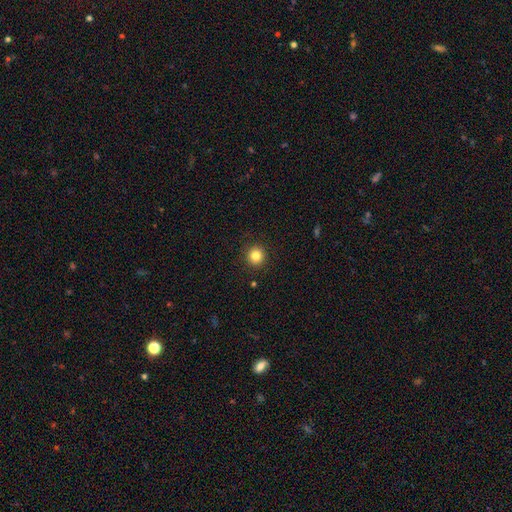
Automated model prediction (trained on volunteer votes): Morphology: type=smooth (83%); roundness=round (94%); merging=none (92%).